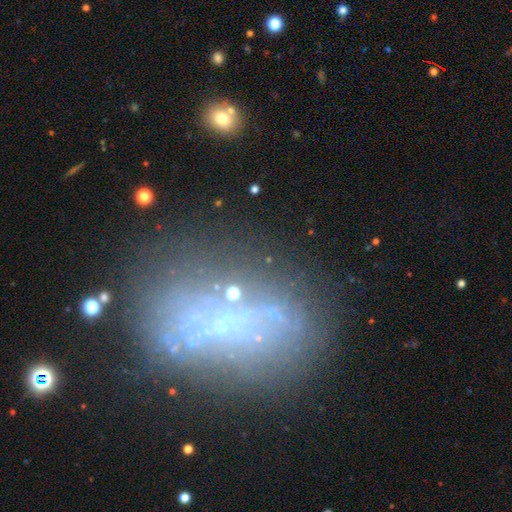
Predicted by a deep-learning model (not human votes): featured or disk 50%, smooth 26%, star or artifact 25%. Down the decision tree: merging — none (55%).